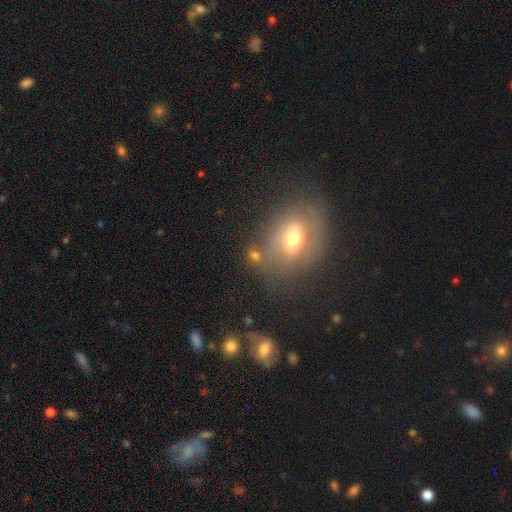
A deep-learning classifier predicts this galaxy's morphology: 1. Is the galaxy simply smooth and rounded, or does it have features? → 55% smooth, 28% featured or disk, 16% star or artifact.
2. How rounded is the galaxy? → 60% in between, 36% round, 3% cigar-shaped.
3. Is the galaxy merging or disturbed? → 63% none, 18% minor disturbance, 10% merger, 9% major disturbance.